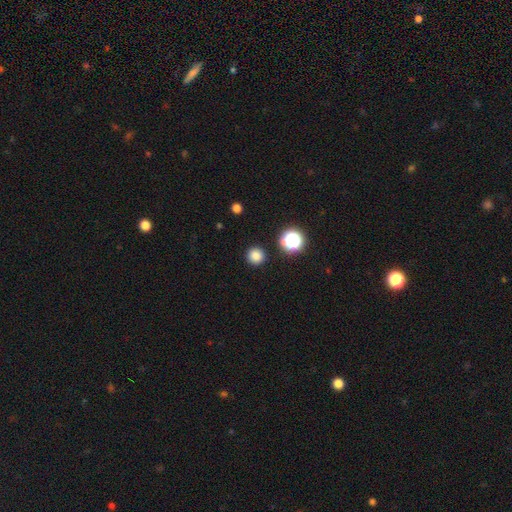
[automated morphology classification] Smooth or featured: smooth — 81% (star or artifact — 15%)
How rounded: round — 95% (in between — 4%)
Merging: none — 91% (minor disturbance — 5%)